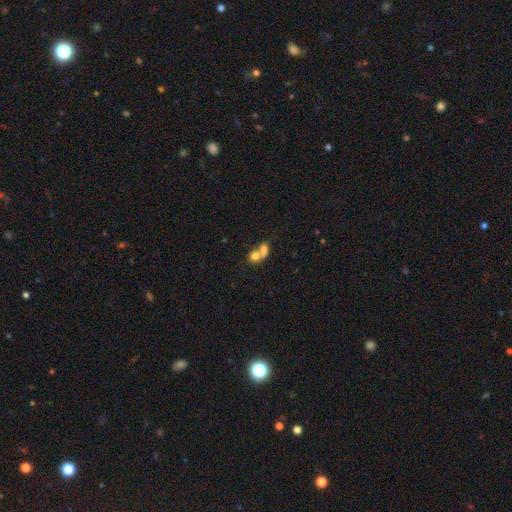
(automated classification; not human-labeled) The model was most divided on "how rounded": in between: 50%, round: 47%, cigar-shaped: 2%. More confident: smooth or featured — smooth (73%); merging — merger (72%).